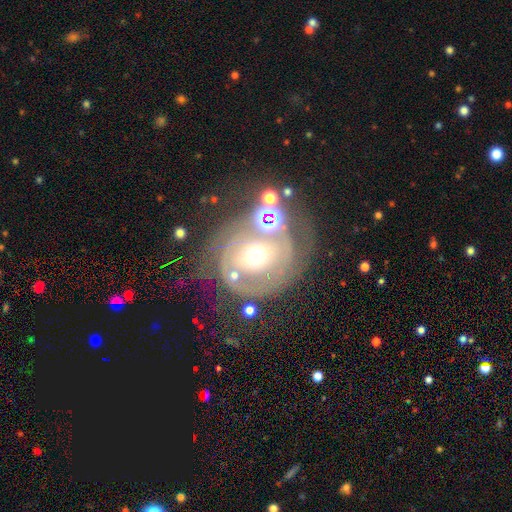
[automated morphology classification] Overall: featured or disk (71%). Edge-on disk: no (97%). Bar: no (72%). Spiral arms: yes (69%; no 31%). Bulge size: moderate (66%). Merging: none (54%; major disturbance 19%).